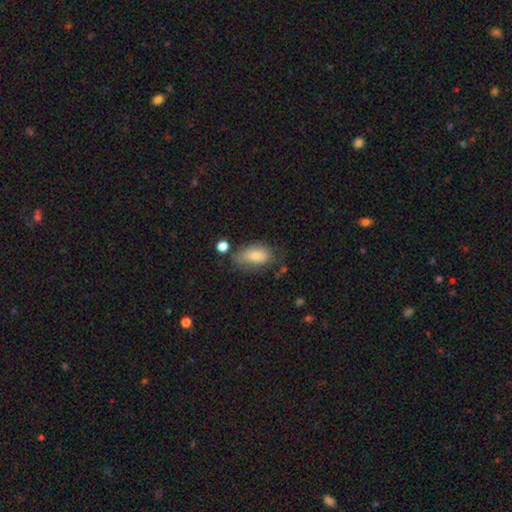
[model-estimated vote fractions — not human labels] Smooth or featured? Predicted: smooth (p=0.77). How rounded? Predicted: in between (p=0.89). Merging? Predicted: none (p=0.46).